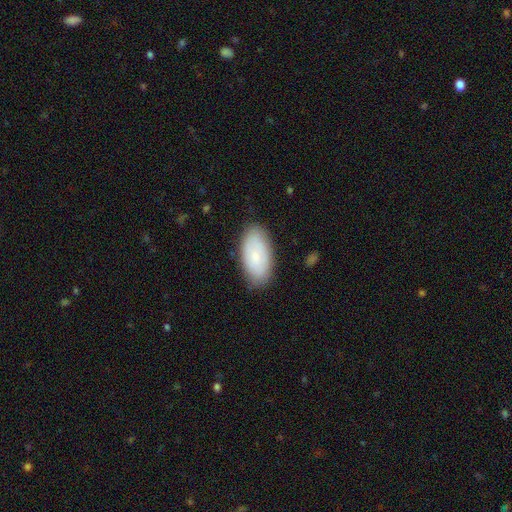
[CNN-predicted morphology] smooth_or_featured: smooth (p=0.70) [alt: featured or disk p=0.24]
how_rounded: in between (p=0.94) [alt: cigar-shaped p=0.03]
merging: none (p=0.84) [alt: minor disturbance p=0.13]